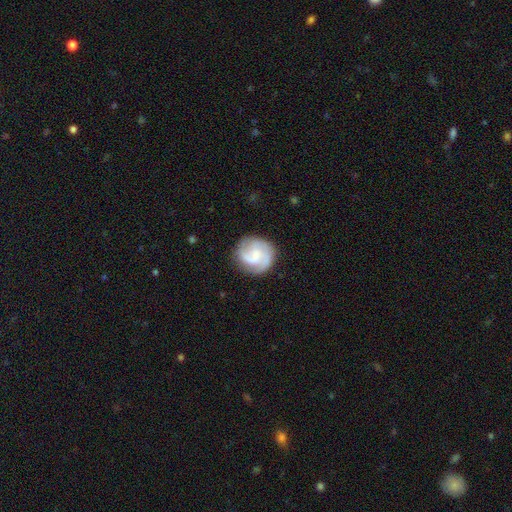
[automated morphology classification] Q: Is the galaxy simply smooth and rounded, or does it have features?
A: featured or disk — 62%.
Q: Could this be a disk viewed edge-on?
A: no — 98%.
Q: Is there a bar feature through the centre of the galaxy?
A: no — 51%.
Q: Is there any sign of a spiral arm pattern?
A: yes — 91%.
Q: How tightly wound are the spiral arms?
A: medium — 44%.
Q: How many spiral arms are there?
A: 2 — 41%.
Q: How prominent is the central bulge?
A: small — 38%.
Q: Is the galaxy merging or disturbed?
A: none — 73%.